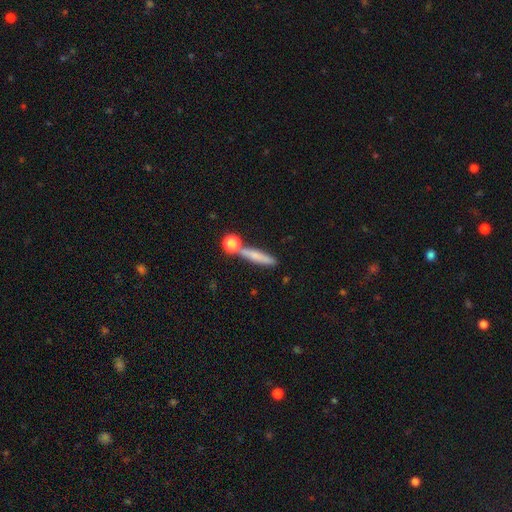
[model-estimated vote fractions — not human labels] Morphology: type=smooth (67%); roundness=cigar-shaped (80%); merging=none (69%).